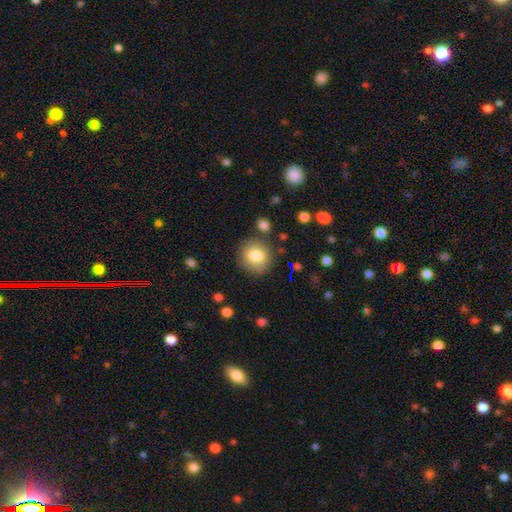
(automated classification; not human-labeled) Smooth or featured? smooth (81%)
How rounded? round (86%)
Merging? none (83%)